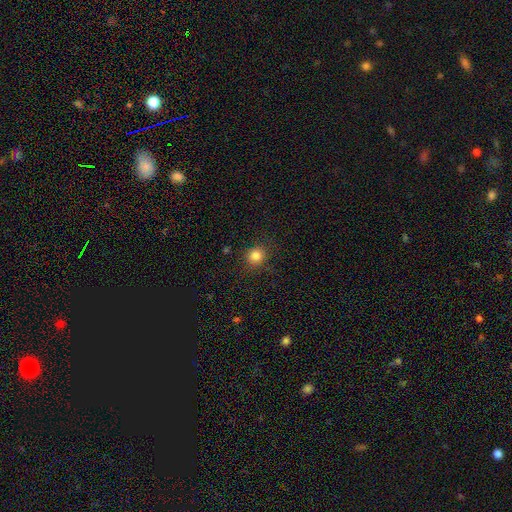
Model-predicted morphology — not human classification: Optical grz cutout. It shows a smooth galaxy with no disk features (83%) that is round (91%). Merging: none (87%).